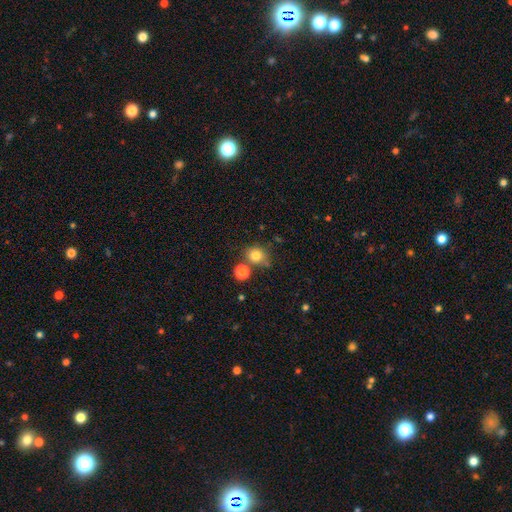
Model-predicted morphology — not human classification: A smooth galaxy with no disk features (79%) that is round (78%). Merging: none (66%).